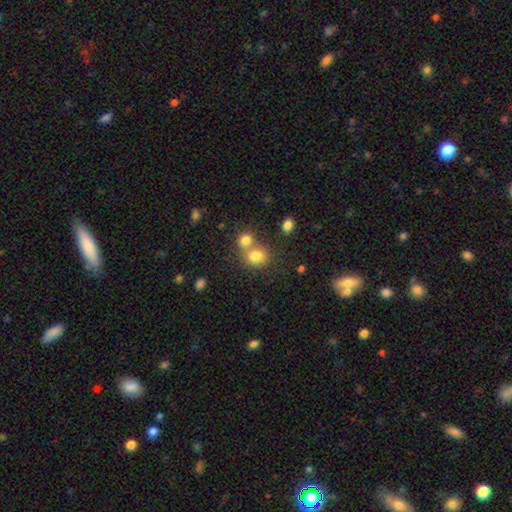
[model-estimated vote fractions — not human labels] Q: Smooth or featured?
A: smooth (79%); runner-up: star or artifact (12%)
Q: How rounded?
A: round (67%); runner-up: in between (32%)
Q: Merging?
A: merger (48%); runner-up: none (41%)